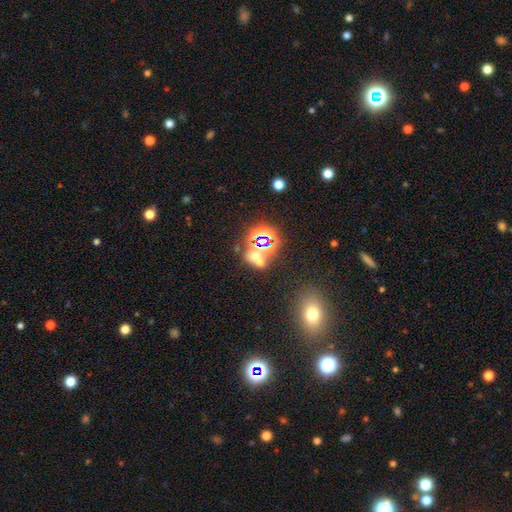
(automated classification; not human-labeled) Morphology: type=star or artifact (48%).